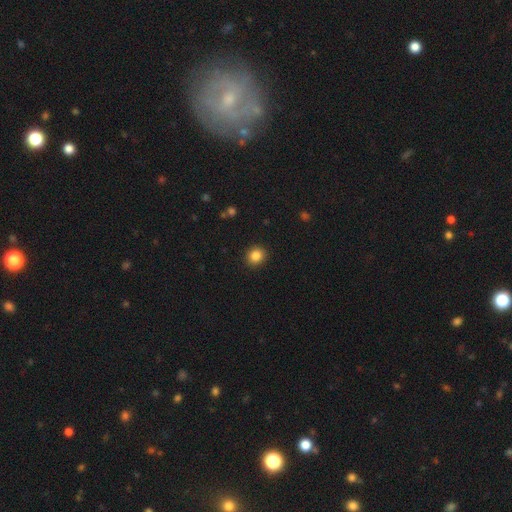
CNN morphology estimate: smooth-or-featured: smooth: 85% | star or artifact: 11% | featured or disk: 4%
  how-rounded: round: 84% | in between: 15% | cigar-shaped: 1%
  merging: none: 92% | minor disturbance: 5% | major disturbance: 2% | merger: 1%